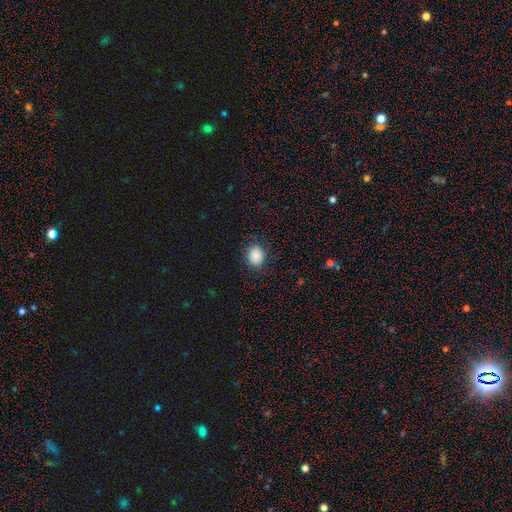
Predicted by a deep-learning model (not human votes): The model was most divided on "how rounded": round: 64%, in between: 35%, cigar-shaped: 1%. More confident: smooth or featured — smooth (86%); merging — none (85%).